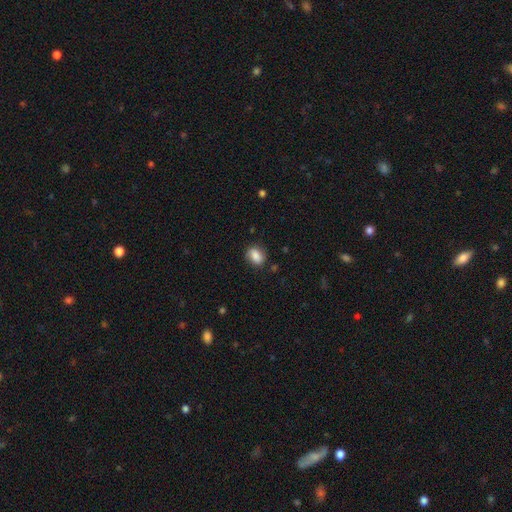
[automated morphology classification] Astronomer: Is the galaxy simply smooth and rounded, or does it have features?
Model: smooth — 83%.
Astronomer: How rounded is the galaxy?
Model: in between — 64%.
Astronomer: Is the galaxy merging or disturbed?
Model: none — 77%.